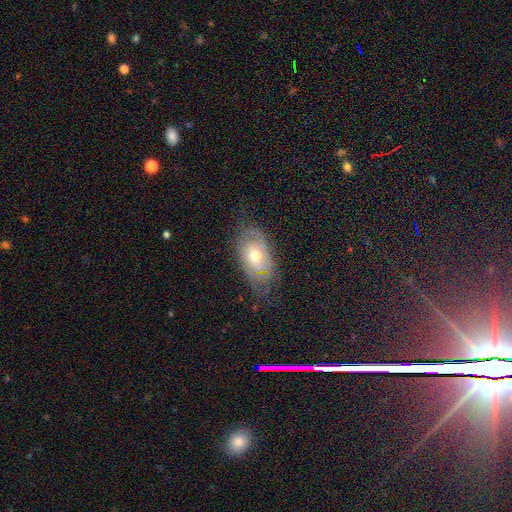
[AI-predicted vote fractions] This appears to be a featured or disk galaxy (59%) with no bar (78%), spiral arms (65%) and a moderate central bulge (71%). Merging: none (63%).